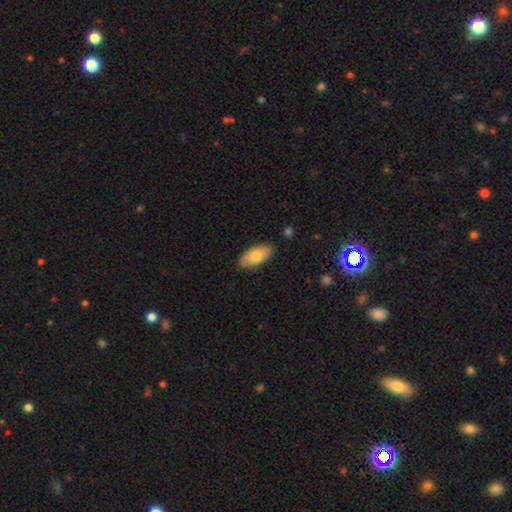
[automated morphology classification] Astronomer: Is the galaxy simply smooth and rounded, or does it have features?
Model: smooth — 79%.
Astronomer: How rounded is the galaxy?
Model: in between — 92%.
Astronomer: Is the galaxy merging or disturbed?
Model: none — 84%.